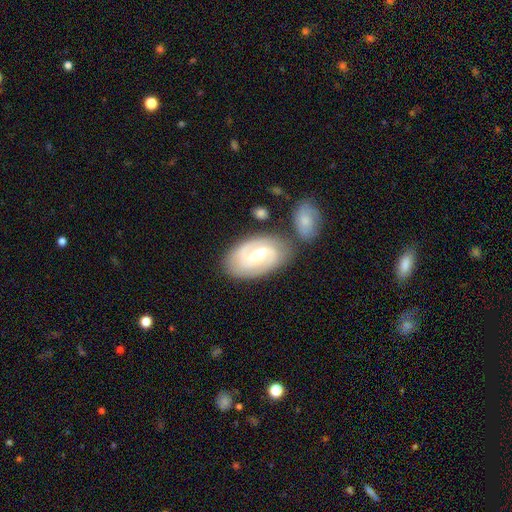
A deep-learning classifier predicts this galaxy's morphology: A featured or disk galaxy (78%) with a weak bar (51%), 2 (77%) tight (44%) spiral arms (93%) and a moderate central bulge (51%).

Vote fractions:
- Smooth or featured? featured or disk: 78% / smooth: 17% / star or artifact: 5%
- Edge-on disk? no: 96% / yes: 4%
- Bar? weak: 51% / strong: 34% / no: 15%
- Spiral arms? yes: 93% / no: 7%
- Spiral winding? tight: 44% / medium: 43% / loose: 13%
- Spiral arm count? 2: 77% / can't tell: 11% / 3: 5% / 1: 4% / 4: 1% / more than 4: 1%
- Bulge size? moderate: 51% / small: 25% / large: 15% / none: 6% / dominant: 2%
- Merging? none: 67% / minor disturbance: 15% / merger: 12% / major disturbance: 5%